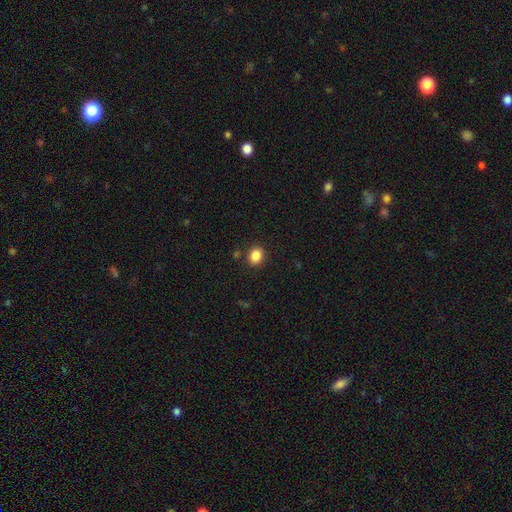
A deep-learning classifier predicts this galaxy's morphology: type=smooth (86%); roundness=in between (53%); merging=none (86%).